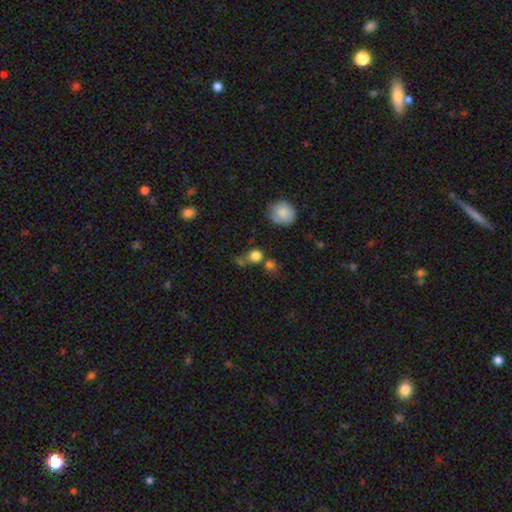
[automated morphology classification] The model was most divided on "merging": none: 51%, merger: 27%, minor disturbance: 14%, major disturbance: 8%. More confident: how rounded — round (81%); smooth or featured — smooth (79%).